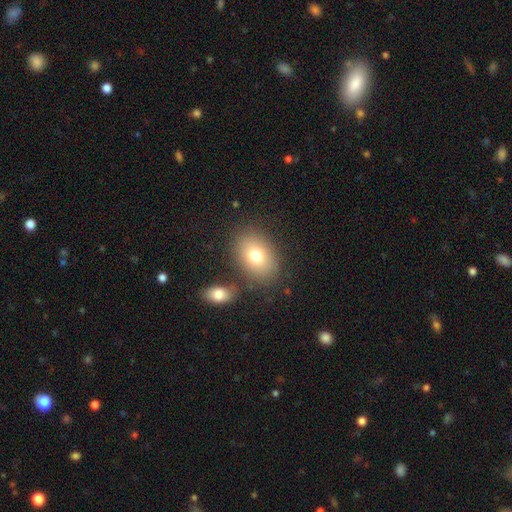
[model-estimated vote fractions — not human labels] smooth-or-featured: smooth: 77% | featured or disk: 13% | star or artifact: 10%
  how-rounded: in between: 74% | round: 25% | cigar-shaped: 1%
  merging: none: 77% | minor disturbance: 11% | merger: 8% | major disturbance: 4%